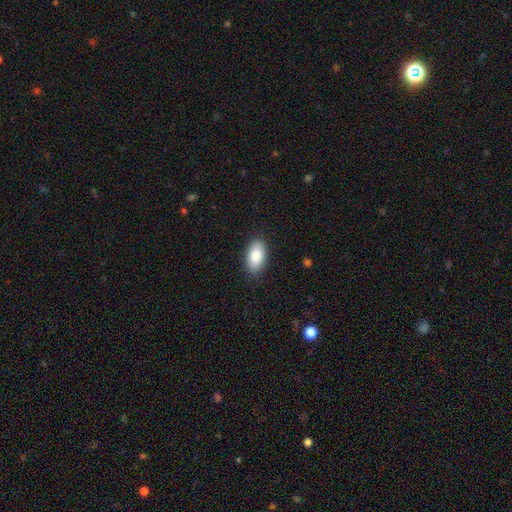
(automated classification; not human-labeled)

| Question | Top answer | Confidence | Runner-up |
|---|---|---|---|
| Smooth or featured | smooth | 85% | featured or disk (9%) |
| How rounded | in between | 94% | round (4%) |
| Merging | none | 87% | minor disturbance (10%) |